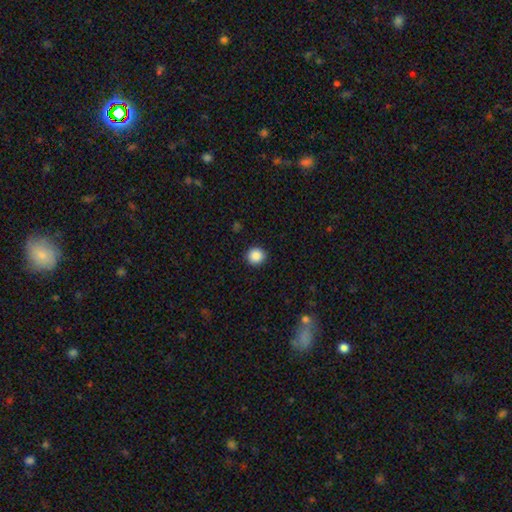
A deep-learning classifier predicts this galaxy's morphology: Smooth or featured? Predicted: smooth (p=0.88). How rounded? Predicted: round (p=0.92). Merging? Predicted: none (p=0.92).